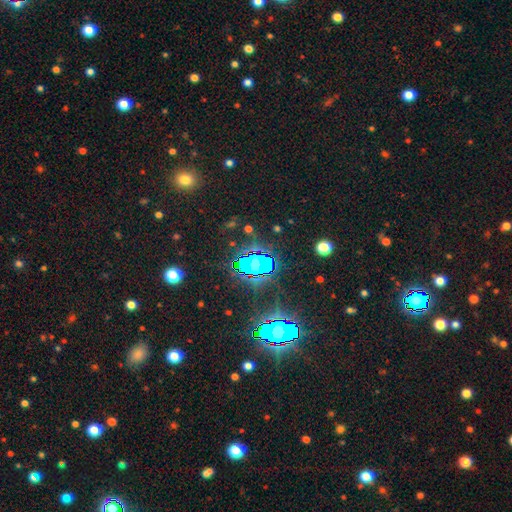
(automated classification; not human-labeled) This is clearly a star or artifact rather than a galaxy (81%).